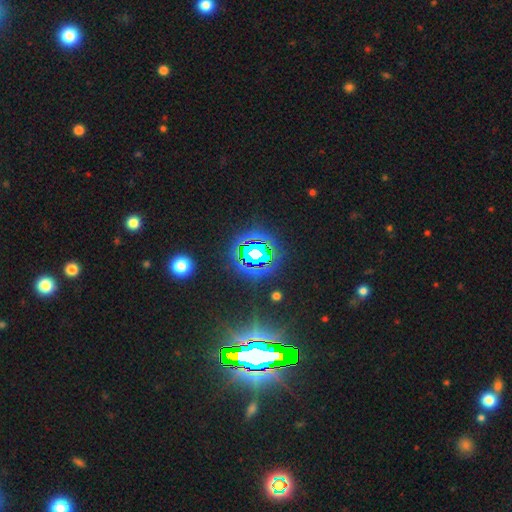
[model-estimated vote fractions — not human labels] This appears to be a star or artifact, not a galaxy (84%).